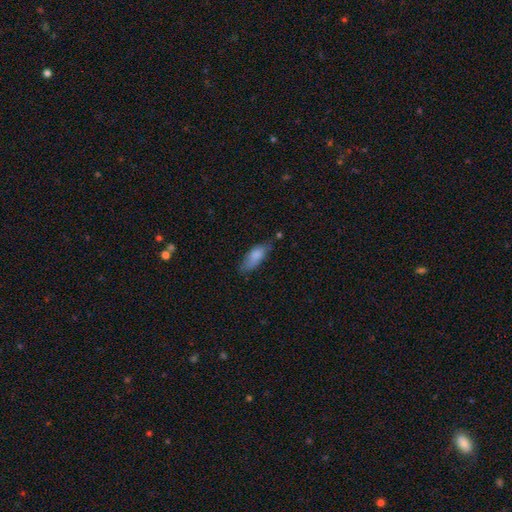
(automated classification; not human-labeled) A smooth galaxy with no disk features (82%) that is in between round and cigar-shaped (76%).

Vote fractions:
- Smooth or featured? smooth: 82% / featured or disk: 12% / star or artifact: 7%
- How rounded? in between: 76% / cigar-shaped: 21% / round: 2%
- Merging? none: 57% / minor disturbance: 31% / major disturbance: 8% / merger: 4%